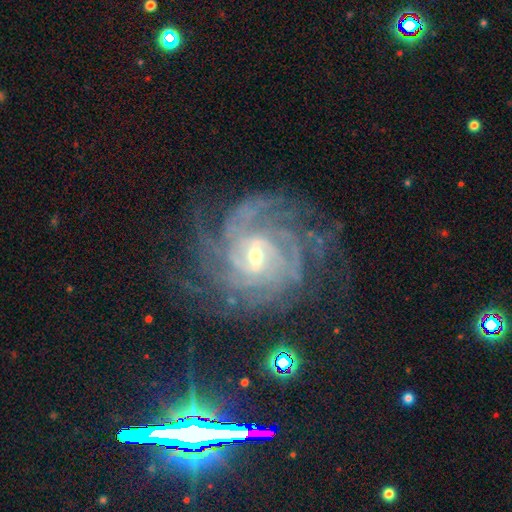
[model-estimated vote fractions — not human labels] smooth_or_featured: featured or disk (p=0.89) [alt: star or artifact p=0.07]
disk_edge_on: no (p=0.97) [alt: yes p=0.03]
bar: weak (p=0.51) [alt: no p=0.25]
has_spiral_arms: yes (p=0.98) [alt: no p=0.02]
spiral_winding: tight (p=0.69) [alt: medium p=0.26]
spiral_arm_count: can't tell (p=0.25) [alt: 4 p=0.23]
bulge_size: small (p=0.56) [alt: moderate p=0.40]
merging: none (p=0.71) [alt: minor disturbance p=0.16]